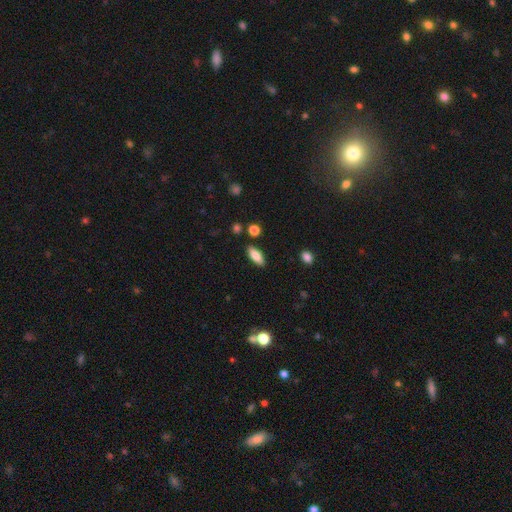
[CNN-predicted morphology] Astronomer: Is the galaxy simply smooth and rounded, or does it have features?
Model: smooth — 82%.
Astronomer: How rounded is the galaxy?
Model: in between — 76%.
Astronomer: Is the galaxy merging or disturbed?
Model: none — 86%.